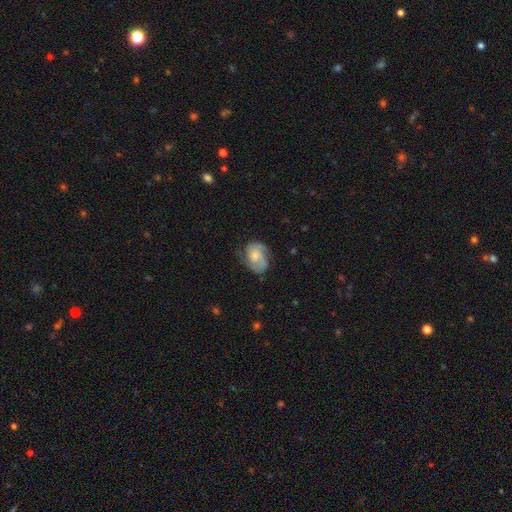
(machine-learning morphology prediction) The model was most divided on "spiral winding": medium: 44%, tight: 39%, loose: 17%. More confident: edge-on disk — no (98%); spiral arms — yes (92%); smooth or featured — featured or disk (71%); spiral arm count — 2 (71%); bar — no (68%); merging — none (62%); bulge size — small (56%).